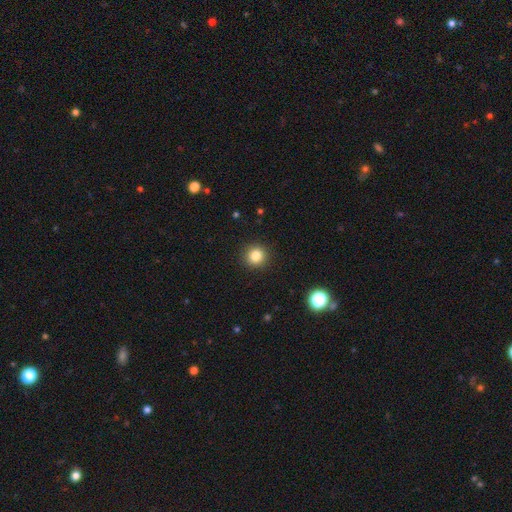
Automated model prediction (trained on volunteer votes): This appears to be a smooth galaxy with no disk features (83%) that is round (92%). Merging: none (92%).